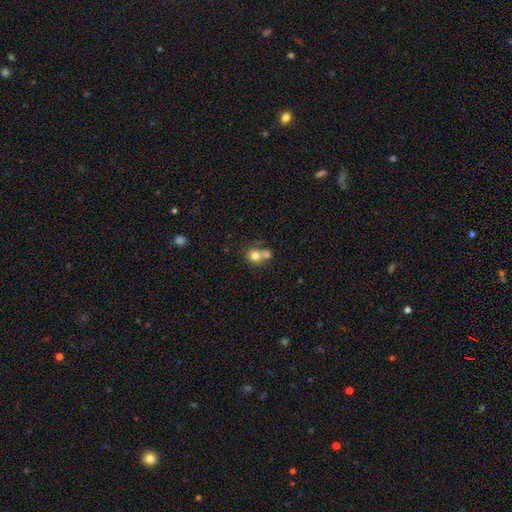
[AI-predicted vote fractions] A smooth galaxy with no disk features (77%) that is round (82%). Merging: merger (49%).